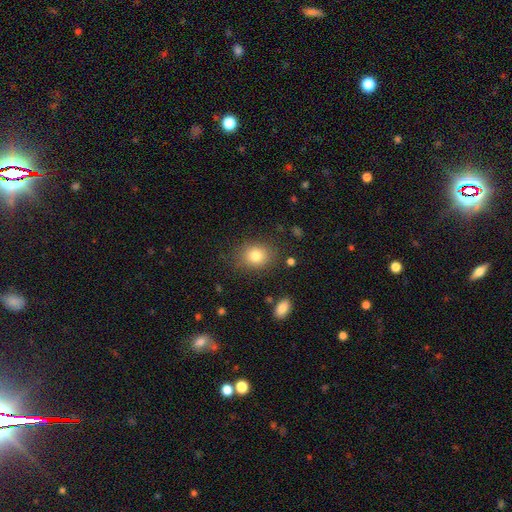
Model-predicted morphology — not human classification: This is clearly a smooth galaxy (80%). How rounded: likely round (62%). Merging: clearly none (83%).